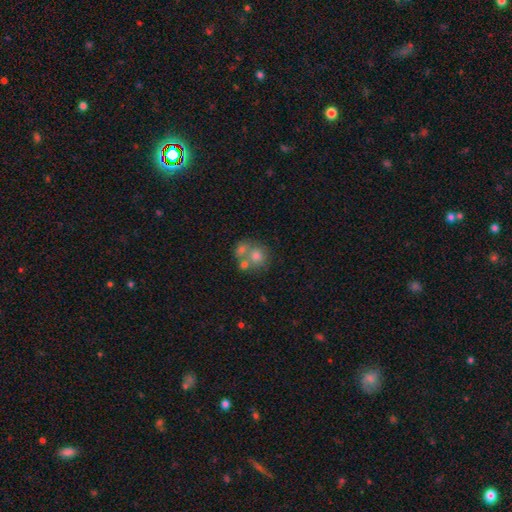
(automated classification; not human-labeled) Q: Smooth or featured?
A: smooth (66%); runner-up: featured or disk (21%)
Q: How rounded?
A: round (82%); runner-up: in between (17%)
Q: Merging?
A: merger (50%); runner-up: none (38%)